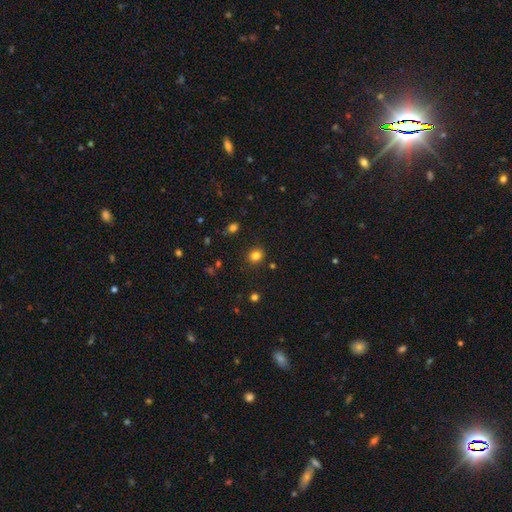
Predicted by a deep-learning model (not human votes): Smooth or featured? Predicted: smooth (p=0.82). How rounded? Predicted: round (p=0.79). Merging? Predicted: none (p=0.86).